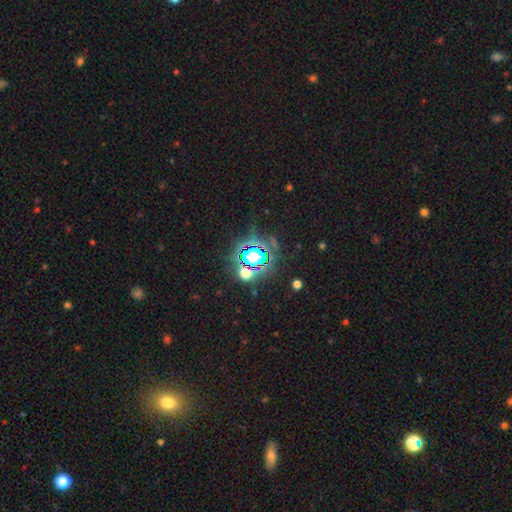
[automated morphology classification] Q: Smooth or featured?
A: star or artifact (80%); runner-up: smooth (11%)